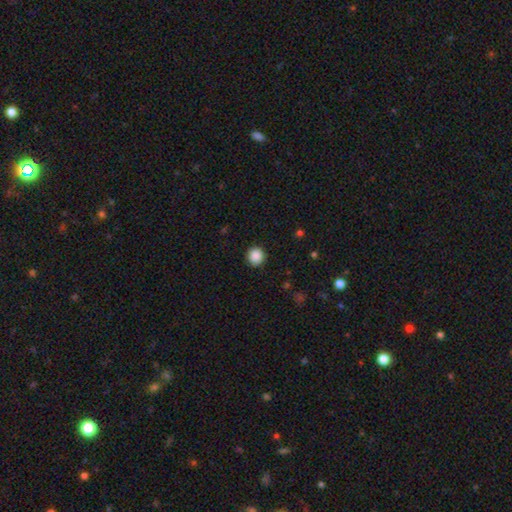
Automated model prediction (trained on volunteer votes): smooth 88%, star or artifact 10%, featured or disk 3%. Down the decision tree: how rounded — round (93%); merging — none (91%).